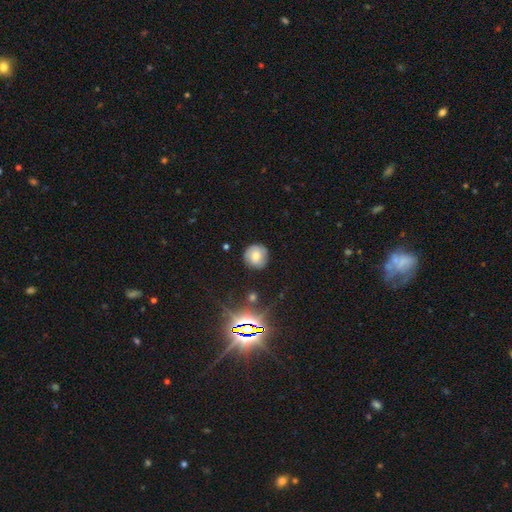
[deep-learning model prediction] smooth 55%, featured or disk 24%, star or artifact 21%. Down the decision tree: how rounded — round (92%); merging — none (85%).